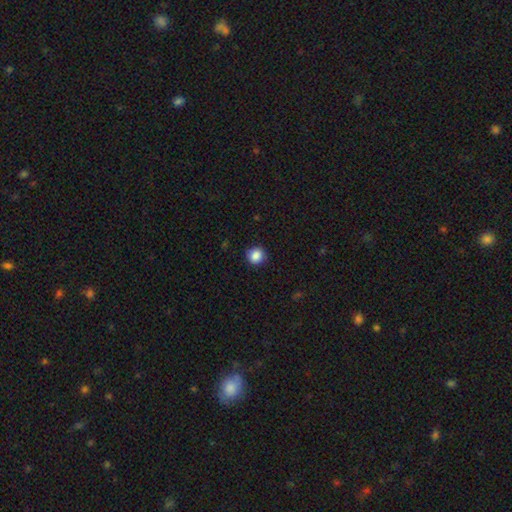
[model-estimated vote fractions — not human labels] This appears to be a smooth galaxy with no disk features (87%) that is round (88%). Merging: none (87%).